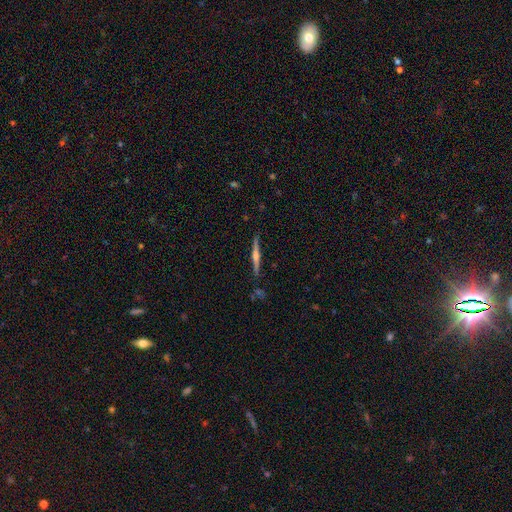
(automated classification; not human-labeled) Q: Smooth or featured?
A: featured or disk (76%); runner-up: smooth (18%)
Q: Edge-on disk?
A: yes (98%); runner-up: no (2%)
Q: Edge-on bulge?
A: rounded (79%); runner-up: boxy (11%)
Q: Merging?
A: none (89%); runner-up: minor disturbance (8%)